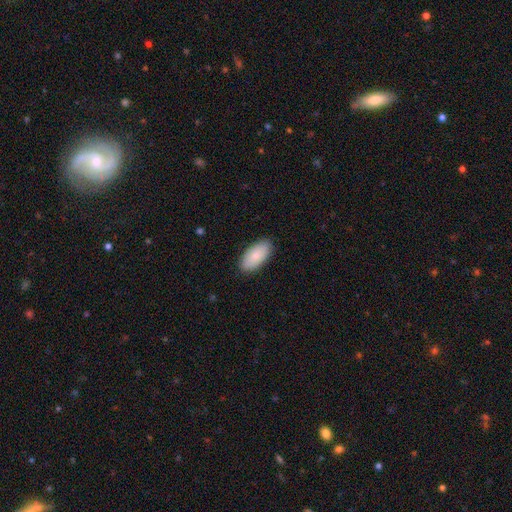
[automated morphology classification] This is clearly a smooth galaxy (83%). How rounded: clearly in between (93%). Merging: clearly none (88%).